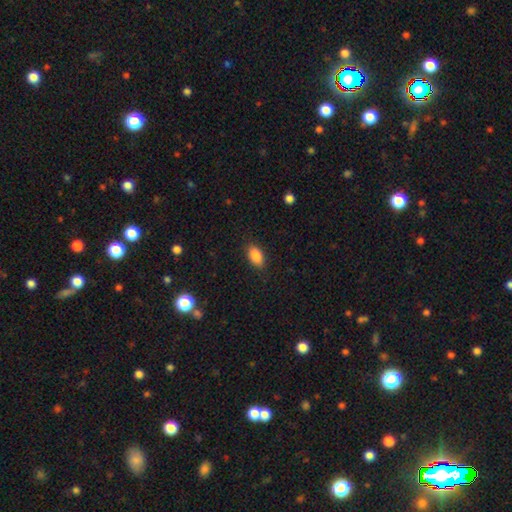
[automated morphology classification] This appears to be a smooth galaxy with no disk features (88%) that is in between round and cigar-shaped (92%). Merging: none (87%).